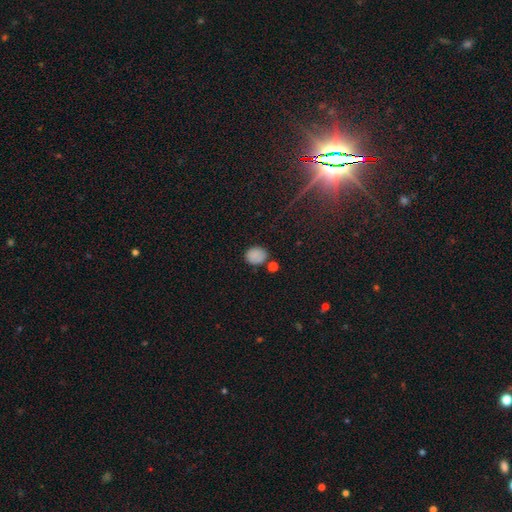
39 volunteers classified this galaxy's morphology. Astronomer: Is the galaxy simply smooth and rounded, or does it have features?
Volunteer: smooth — 90%.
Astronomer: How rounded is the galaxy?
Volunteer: round — 80%.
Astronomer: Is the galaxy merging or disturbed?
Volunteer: none — 89%.